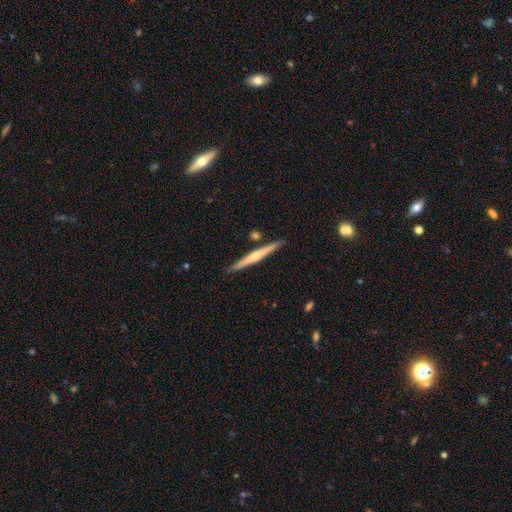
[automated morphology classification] smooth-or-featured: featured or disk: 58% | smooth: 36% | star or artifact: 5%
  disk-edge-on: yes: 98% | no: 2%
    edge-on-bulge: rounded: 56% | none: 35% | boxy: 9%
  merging: none: 88% | minor disturbance: 7% | merger: 3% | major disturbance: 1%